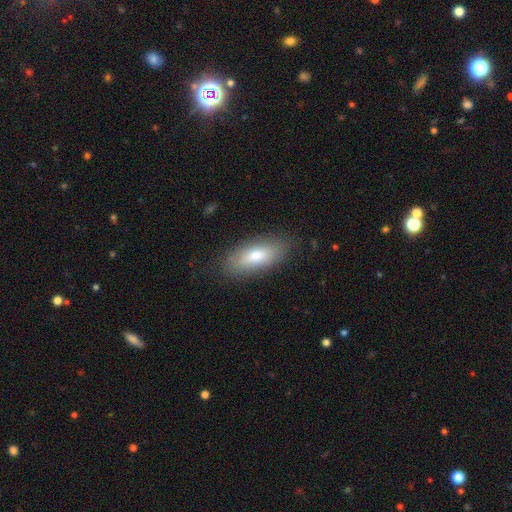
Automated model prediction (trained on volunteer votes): Smooth or featured?
  - smooth: 76% *
  - featured or disk: 17%
  - star or artifact: 7%
How rounded?
  - in between: 79% *
  - cigar-shaped: 18%
  - round: 2%
Merging?
  - none: 83% *
  - minor disturbance: 12%
  - major disturbance: 3%
  - merger: 1%